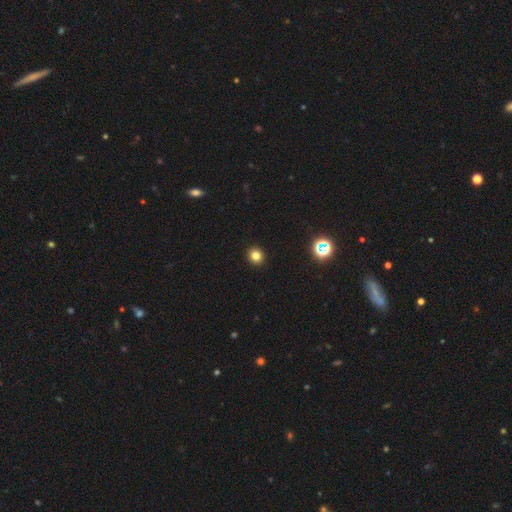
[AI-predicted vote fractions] Smooth or featured?
  - smooth: 80% *
  - star or artifact: 14%
  - featured or disk: 5%
How rounded?
  - round: 86% *
  - in between: 13%
  - cigar-shaped: 1%
Merging?
  - none: 93% *
  - minor disturbance: 4%
  - major disturbance: 2%
  - merger: 1%